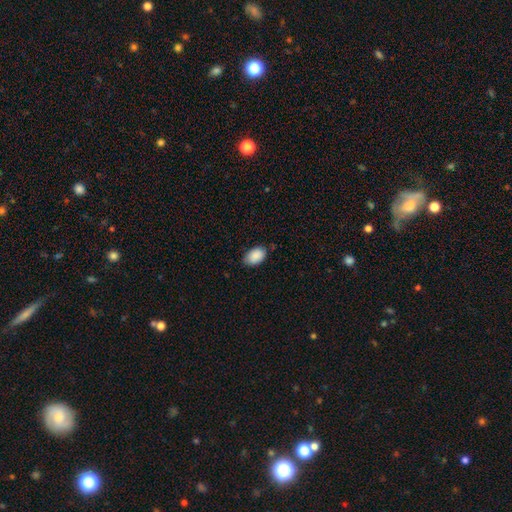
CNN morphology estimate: This is clearly a smooth galaxy (89%). How rounded: clearly in between (89%). Merging: likely none (78%).